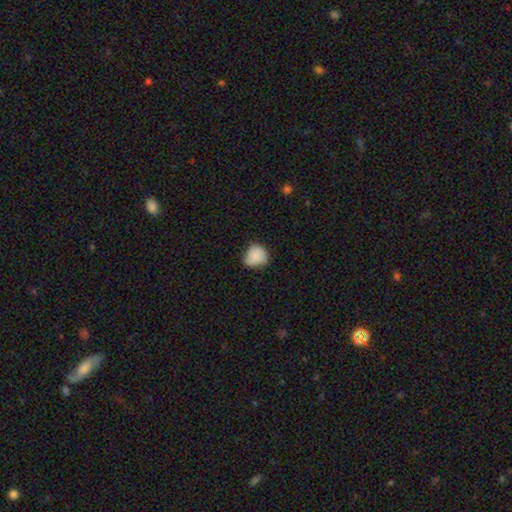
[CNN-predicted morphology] smooth 81%, featured or disk 12%, star or artifact 7%. Down the decision tree: how rounded — round (77%); merging — none (58%).